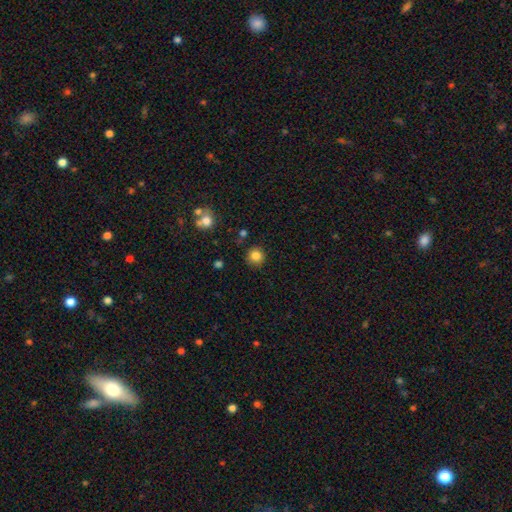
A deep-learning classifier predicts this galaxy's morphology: smooth_or_featured: smooth (p=0.83) [alt: star or artifact p=0.11]
how_rounded: round (p=0.92) [alt: in between p=0.07]
merging: none (p=0.86) [alt: minor disturbance p=0.09]